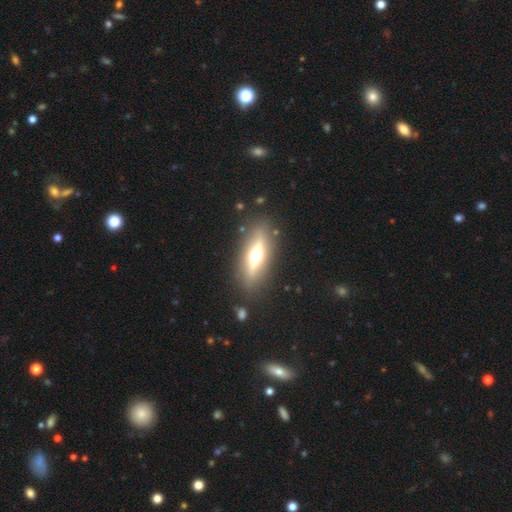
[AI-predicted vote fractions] smooth-or-featured: featured or disk: 60% | smooth: 31% | star or artifact: 8%
  disk-edge-on: yes: 83% | no: 17%
  merging: none: 84% | minor disturbance: 10% | major disturbance: 4% | merger: 2%